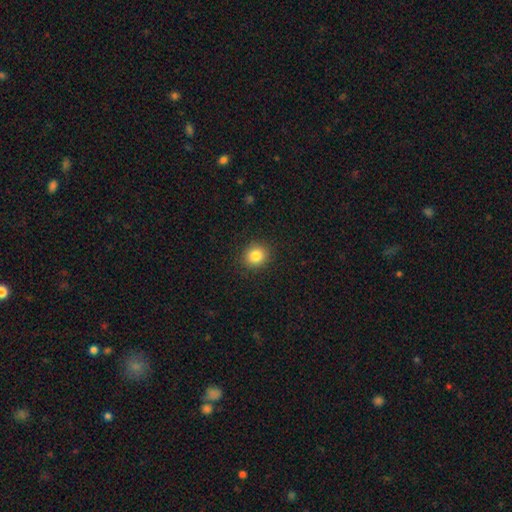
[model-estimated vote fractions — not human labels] Smooth or featured? smooth (84%)
How rounded? round (83%)
Merging? none (90%)